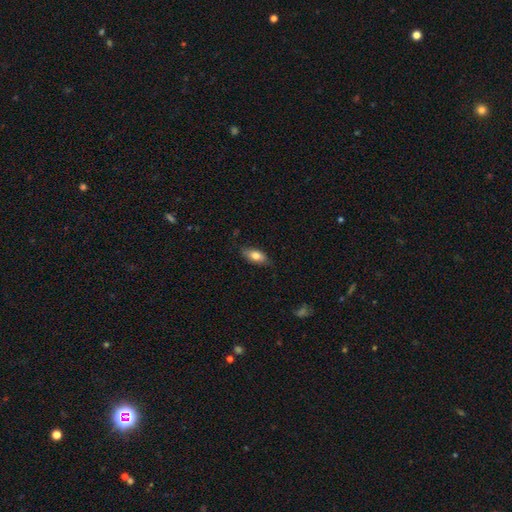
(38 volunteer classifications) smooth 71%, featured or disk 26%, star or artifact 3%. Down the decision tree: how rounded — in between (89%); merging — none (70%).